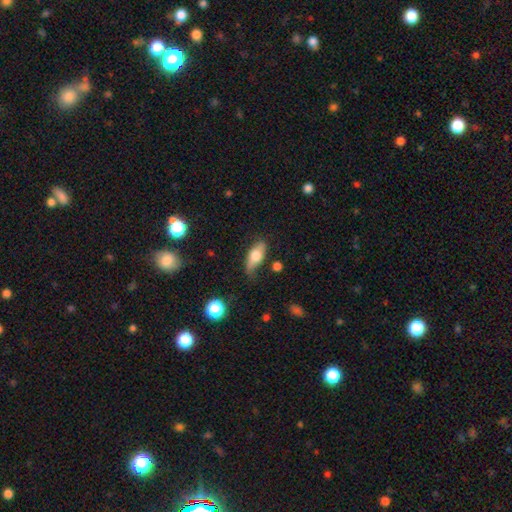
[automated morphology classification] Smooth or featured? smooth (66%)
How rounded? in between (79%)
Merging? none (62%)